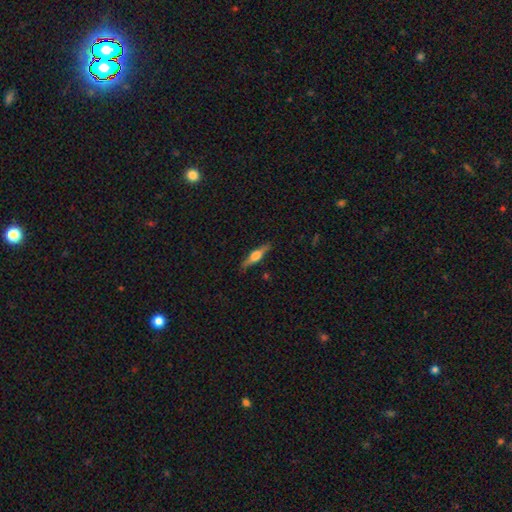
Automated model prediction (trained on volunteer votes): featured or disk 65%, smooth 30%, star or artifact 6%. Down the decision tree: edge-on disk — yes (96%); edge-on bulge — rounded (89%); merging — none (87%).